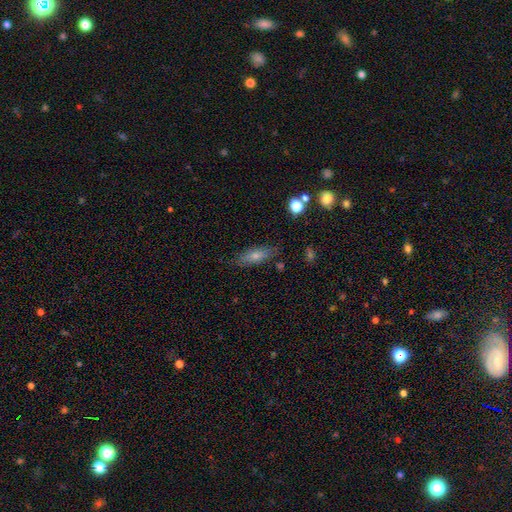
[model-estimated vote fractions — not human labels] A smooth galaxy with no disk features (67%) that is in between round and cigar-shaped (53%). Merging: none (81%).